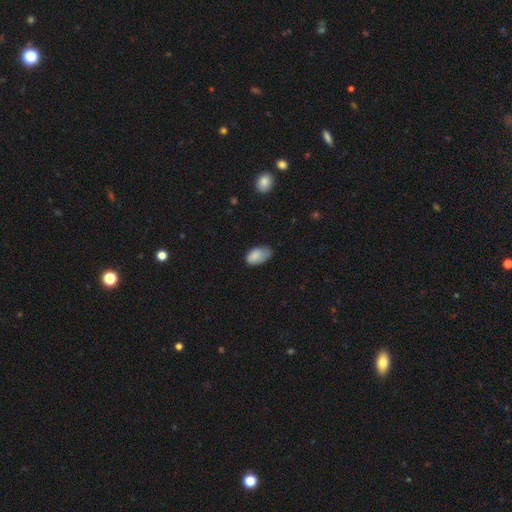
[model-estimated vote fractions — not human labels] Morphology: type=smooth (83%); roundness=in between (93%); merging=none (48%).